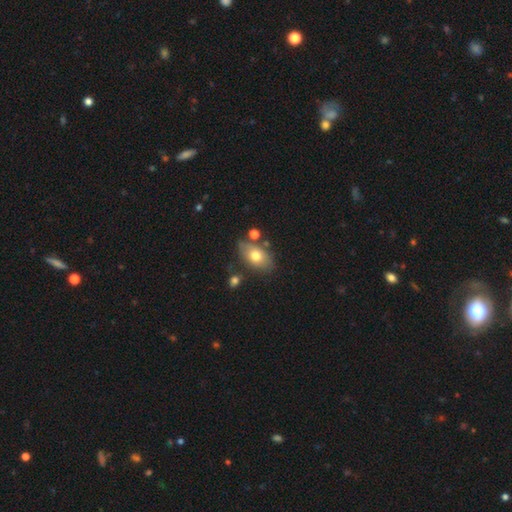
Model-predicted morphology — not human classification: Smooth or featured: smooth — 70% (featured or disk — 23%)
How rounded: in between — 87% (round — 11%)
Merging: none — 69% (minor disturbance — 17%)